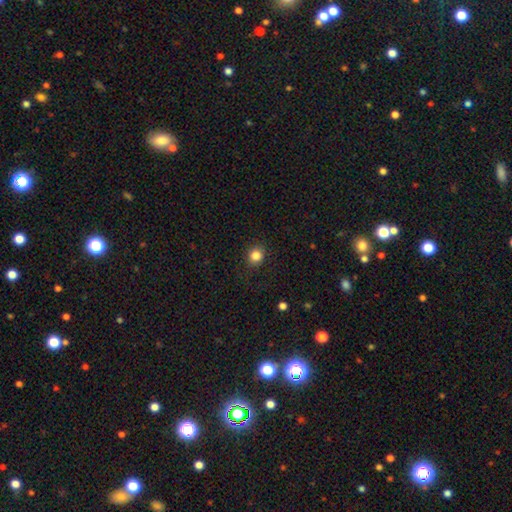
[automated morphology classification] Smooth or featured? Predicted: smooth (p=0.84). How rounded? Predicted: round (p=0.84). Merging? Predicted: none (p=0.88).